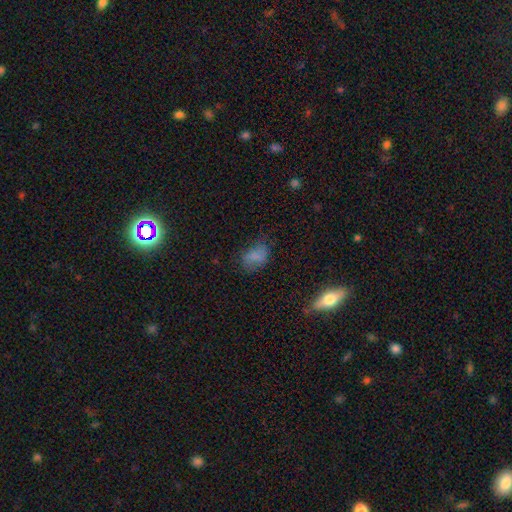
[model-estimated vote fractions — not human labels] A smooth galaxy with no disk features (72%) that is in between round and cigar-shaped (85%). Merging: none (57%).